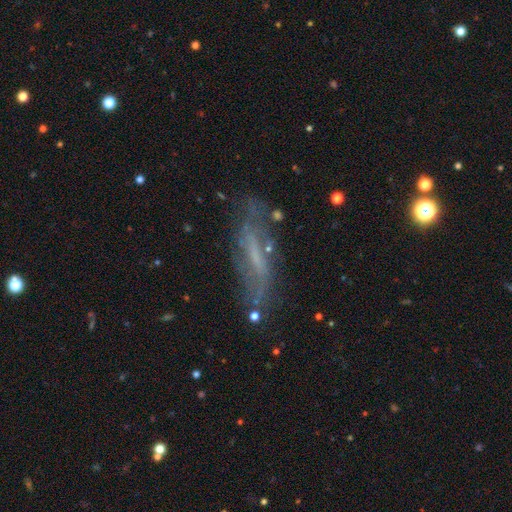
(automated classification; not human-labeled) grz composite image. It shows a featured or disk galaxy (61%). Merging: none (62%).